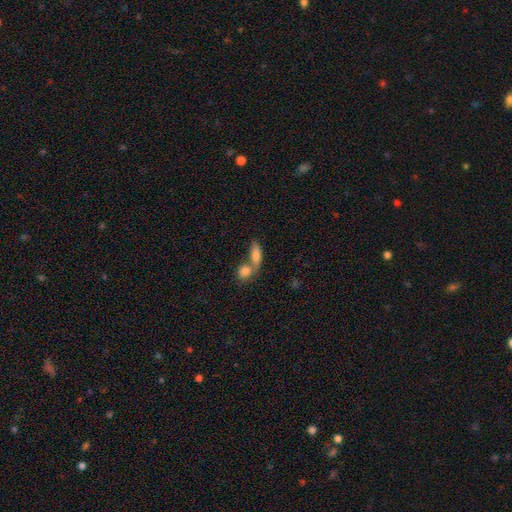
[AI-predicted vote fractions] Smooth or featured? smooth (78%)
How rounded? in between (73%)
Merging? merger (61%)